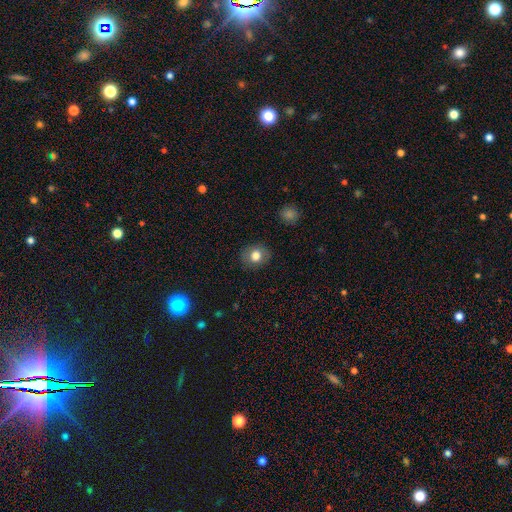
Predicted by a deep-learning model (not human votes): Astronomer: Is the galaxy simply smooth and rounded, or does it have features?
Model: smooth — 77%.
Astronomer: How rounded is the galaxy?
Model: round — 65%.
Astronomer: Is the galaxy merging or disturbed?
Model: none — 87%.